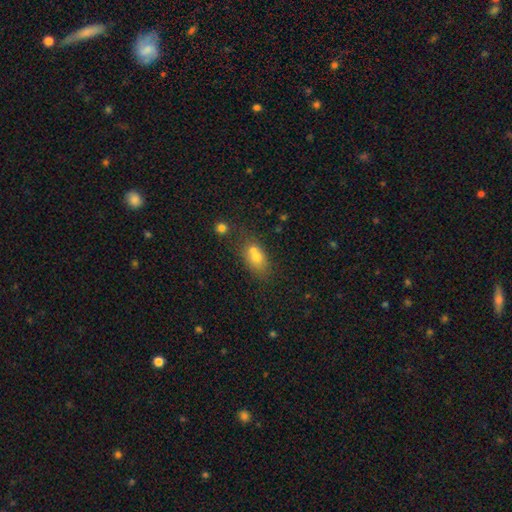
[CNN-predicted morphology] A smooth galaxy with no disk features (66%) that is in between round and cigar-shaped (66%). Merging: merger (46%).